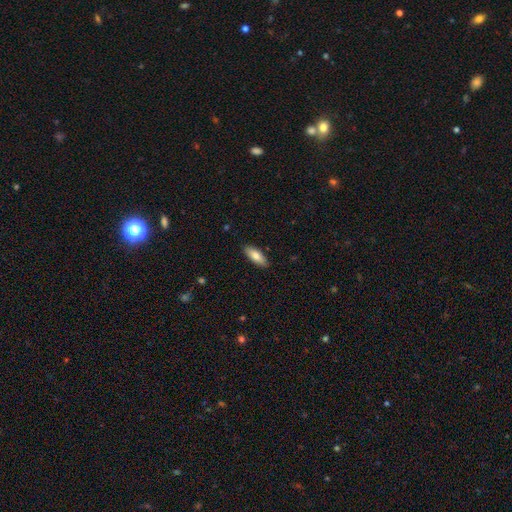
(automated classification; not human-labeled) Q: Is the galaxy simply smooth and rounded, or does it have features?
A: smooth — 78%.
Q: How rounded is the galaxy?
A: in between — 68%.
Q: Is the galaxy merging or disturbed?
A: none — 88%.